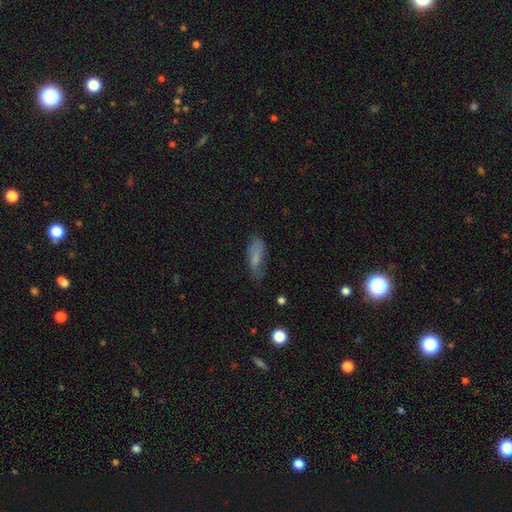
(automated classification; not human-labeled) Smooth or featured? Predicted: smooth (p=0.66). How rounded? Predicted: in between (p=0.65). Merging? Predicted: none (p=0.53).